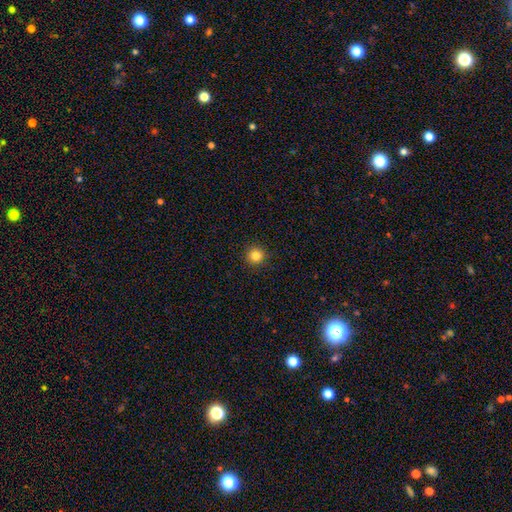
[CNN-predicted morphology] This appears to be a smooth galaxy with no disk features (84%) that is round (95%). Merging: none (92%).